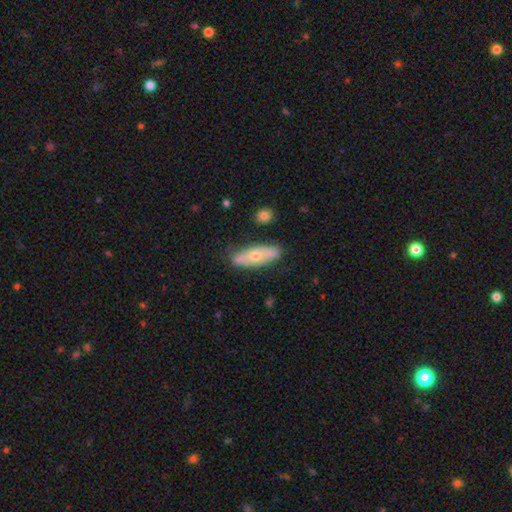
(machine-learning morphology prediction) smooth_or_featured: smooth (p=0.51) [alt: featured or disk p=0.43]
how_rounded: in between (p=0.62) [alt: cigar-shaped p=0.35]
merging: none (p=0.83) [alt: minor disturbance p=0.13]